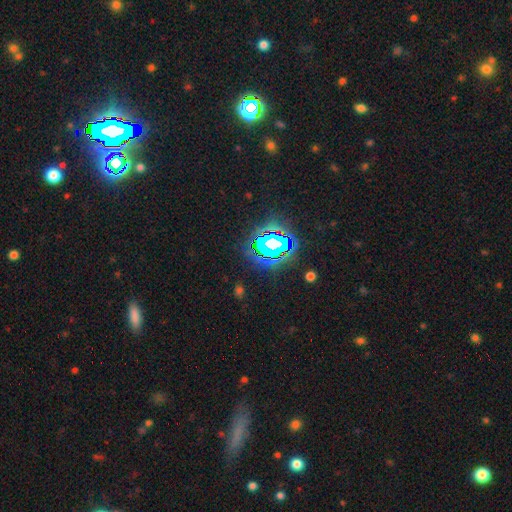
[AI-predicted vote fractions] A star or artifact, not a galaxy (80%).